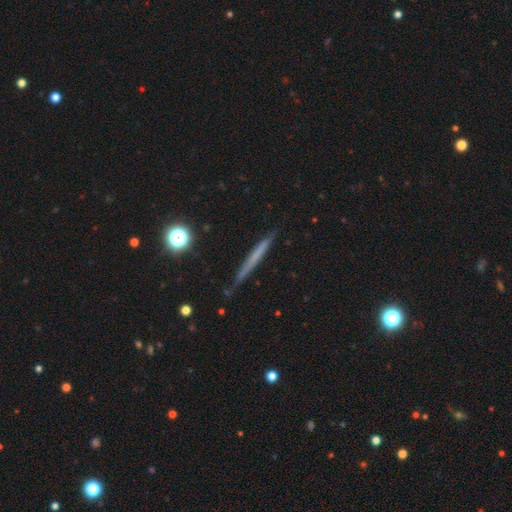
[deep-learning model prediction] The model was most divided on "smooth or featured": smooth: 49%, featured or disk: 42%, star or artifact: 9%. More confident: merging — none (86%).